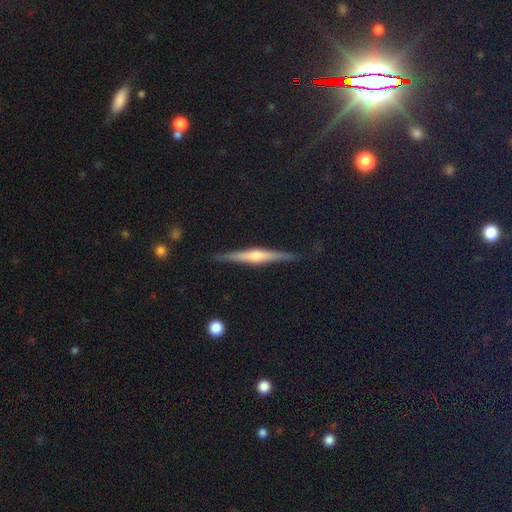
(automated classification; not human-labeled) Smooth or featured? featured or disk (72%)
Edge-on disk? yes (97%)
Edge-on bulge? rounded (81%)
Merging? none (89%)